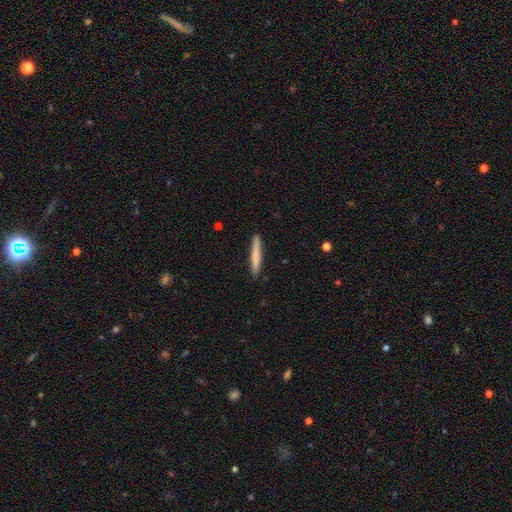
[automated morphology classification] Smooth or featured?
  - smooth: 76% *
  - featured or disk: 19%
  - star or artifact: 5%
How rounded?
  - cigar-shaped: 95% *
  - in between: 4%
  - round: 1%
Merging?
  - none: 90% *
  - minor disturbance: 8%
  - major disturbance: 1%
  - merger: 1%